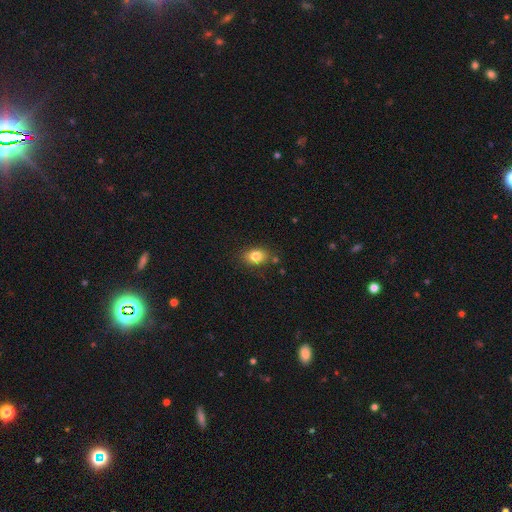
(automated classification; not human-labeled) A smooth galaxy with no disk features (83%) that is in between round and cigar-shaped (71%). Merging: none (79%).